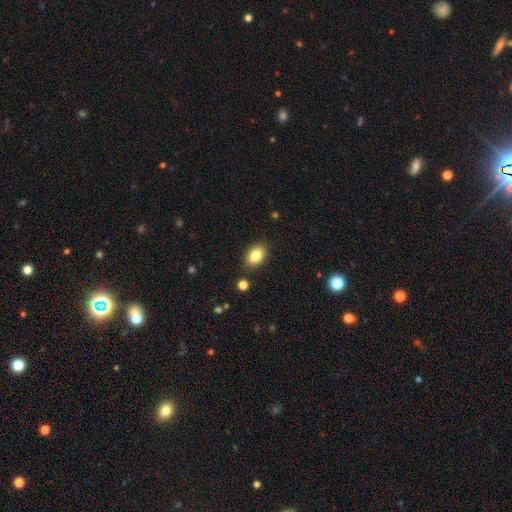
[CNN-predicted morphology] smooth 84%, star or artifact 9%, featured or disk 8%. Down the decision tree: how rounded — in between (84%); merging — none (87%).